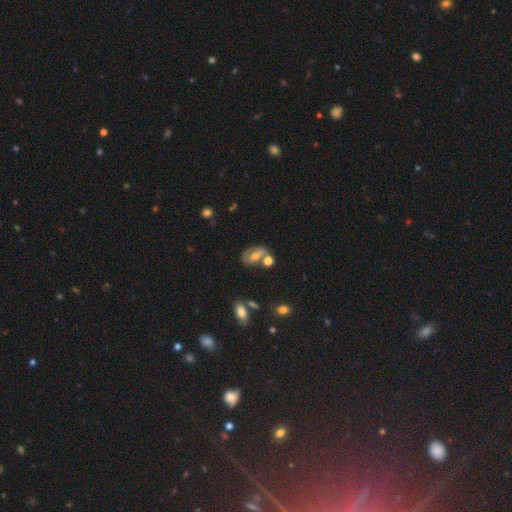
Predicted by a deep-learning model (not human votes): A smooth galaxy with no disk features (49%).

Vote fractions:
- Smooth or featured? smooth: 49% / featured or disk: 40% / star or artifact: 11%
- Merging? none: 50% / merger: 25% / minor disturbance: 18% / major disturbance: 8%